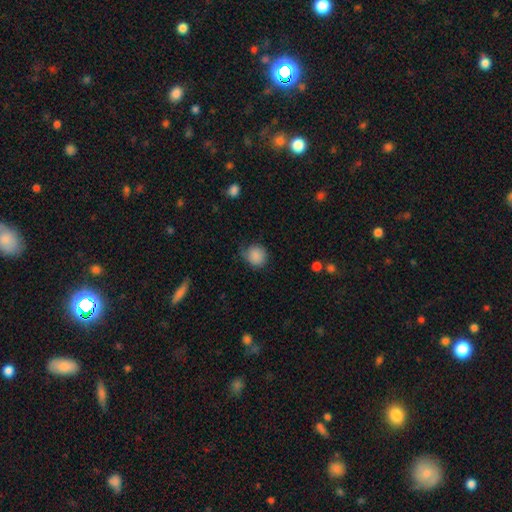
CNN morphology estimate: A smooth galaxy with no disk features (86%) that is round (81%).

Vote fractions:
- Smooth or featured? smooth: 86% / star or artifact: 8% / featured or disk: 5%
- How rounded? round: 81% / in between: 18% / cigar-shaped: 1%
- Merging? none: 61% / minor disturbance: 29% / major disturbance: 8% / merger: 2%